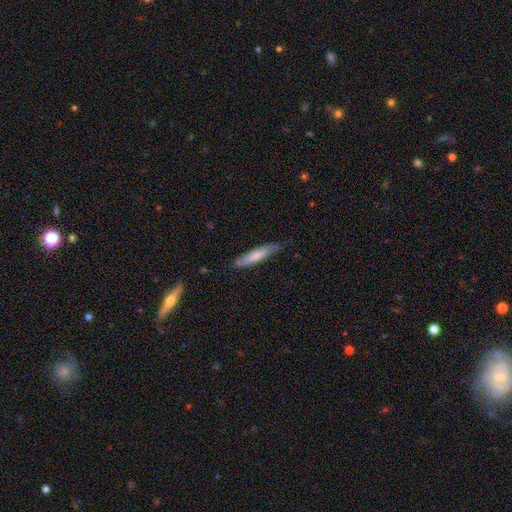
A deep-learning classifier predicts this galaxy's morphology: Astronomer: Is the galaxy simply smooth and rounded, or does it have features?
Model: smooth — 73%.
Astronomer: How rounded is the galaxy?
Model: cigar-shaped — 84%.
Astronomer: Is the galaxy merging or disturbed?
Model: none — 69%.